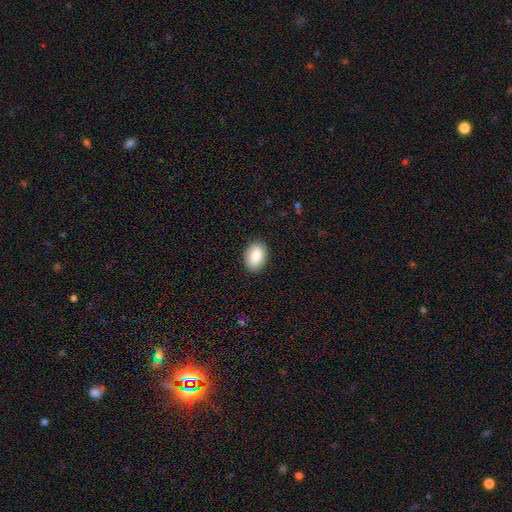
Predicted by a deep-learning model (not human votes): Q: Smooth or featured?
A: smooth (85%); runner-up: featured or disk (8%)
Q: How rounded?
A: in between (76%); runner-up: round (23%)
Q: Merging?
A: none (89%); runner-up: minor disturbance (8%)